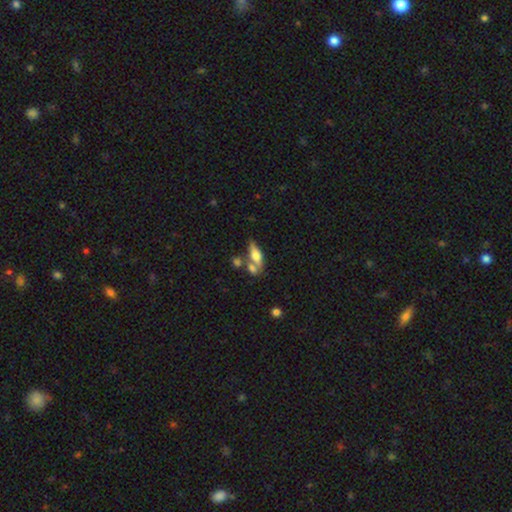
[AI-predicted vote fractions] This appears to be a smooth galaxy with no disk features (56%) that is in between round and cigar-shaped (66%). Merging: none (39%).